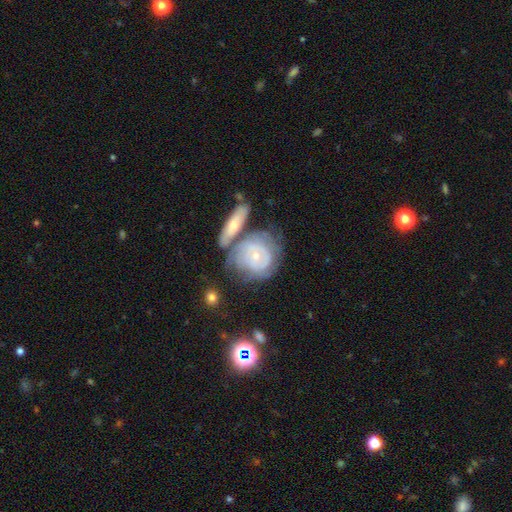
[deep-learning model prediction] smooth_or_featured: featured or disk (p=0.67) [alt: smooth p=0.27]
disk_edge_on: no (p=0.95) [alt: yes p=0.05]
bar: no (p=0.82) [alt: weak p=0.15]
has_spiral_arms: yes (p=0.73) [alt: no p=0.27]
bulge_size: small (p=0.72) [alt: moderate p=0.24]
merging: none (p=0.45) [alt: merger p=0.22]